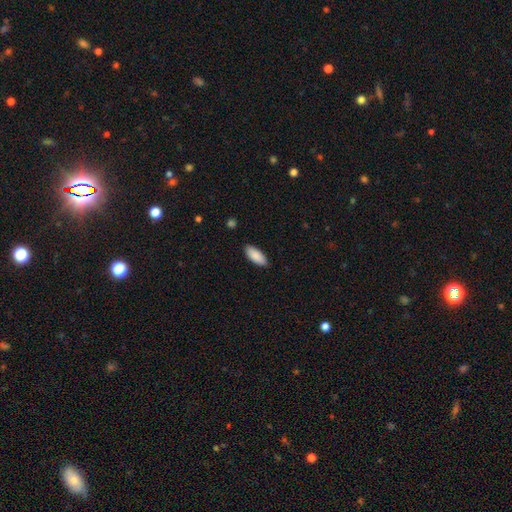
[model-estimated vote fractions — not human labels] A smooth galaxy with no disk features (90%) that is in between round and cigar-shaped (86%). Merging: none (88%).